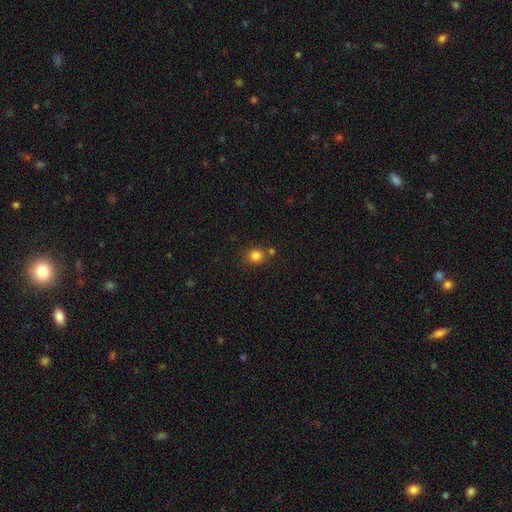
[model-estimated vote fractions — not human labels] A smooth galaxy with no disk features (83%) that is round (82%).

Vote fractions:
- Smooth or featured? smooth: 83% / star or artifact: 12% / featured or disk: 5%
- How rounded? round: 82% / in between: 17% / cigar-shaped: 1%
- Merging? none: 72% / merger: 15% / minor disturbance: 10% / major disturbance: 3%